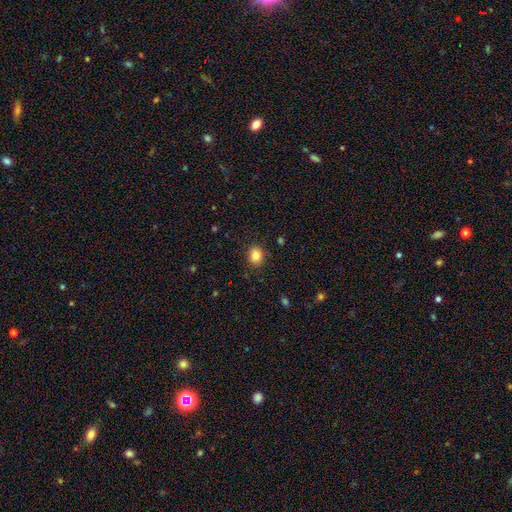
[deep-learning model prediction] smooth 84%, star or artifact 11%, featured or disk 5%. Down the decision tree: how rounded — round (71%); merging — none (89%).